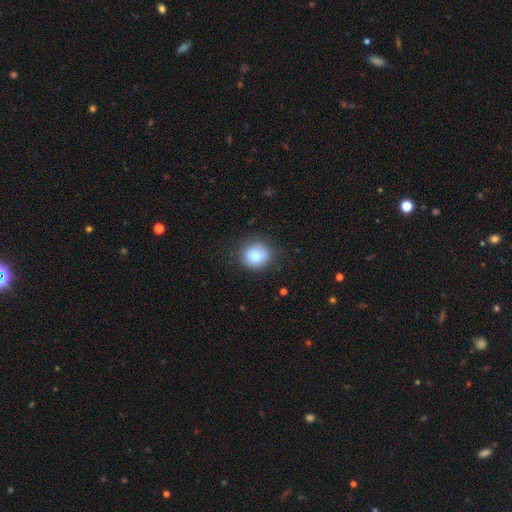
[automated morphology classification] smooth 86%, star or artifact 8%, featured or disk 6%. Down the decision tree: how rounded — round (80%); merging — none (83%).